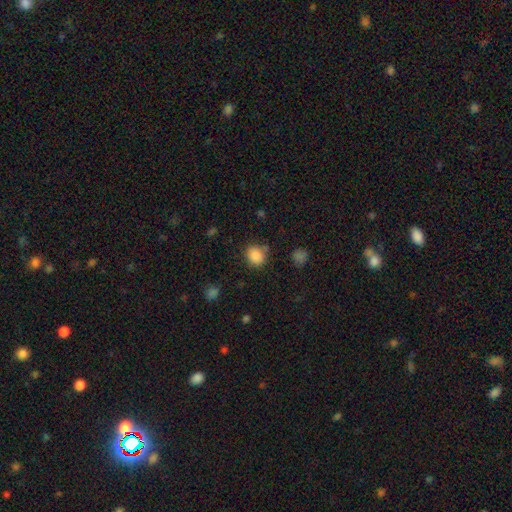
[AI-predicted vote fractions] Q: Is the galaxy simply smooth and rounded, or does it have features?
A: smooth — 86%.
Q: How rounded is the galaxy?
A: round — 73%.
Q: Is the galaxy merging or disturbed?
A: none — 75%.